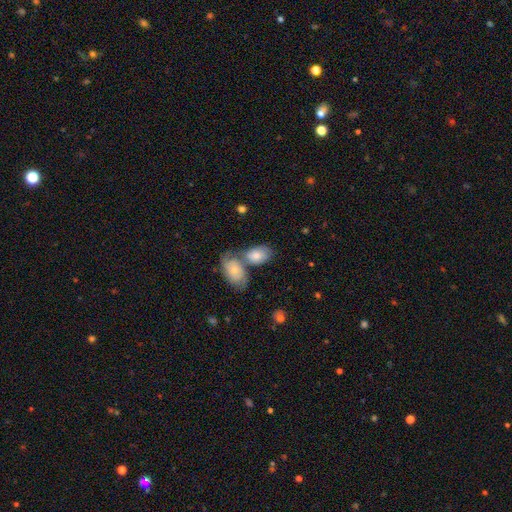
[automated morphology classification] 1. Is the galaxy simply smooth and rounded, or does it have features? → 63% smooth, 27% featured or disk, 9% star or artifact.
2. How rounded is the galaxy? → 82% in between, 16% round, 2% cigar-shaped.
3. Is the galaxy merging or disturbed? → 48% merger, 35% none, 12% minor disturbance, 5% major disturbance.